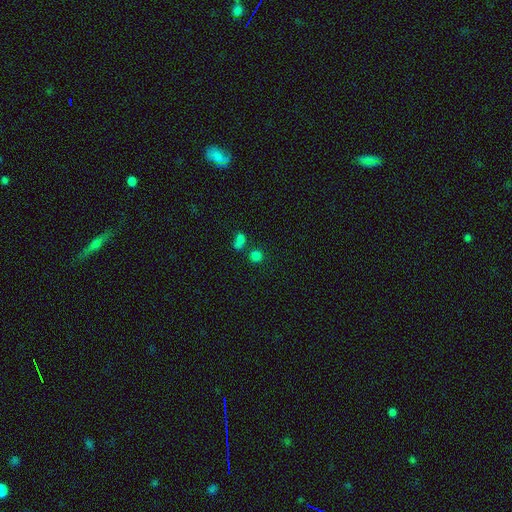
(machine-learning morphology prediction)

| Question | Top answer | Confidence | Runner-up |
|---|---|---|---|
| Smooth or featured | smooth | 74% | star or artifact (19%) |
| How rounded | round | 86% | in between (13%) |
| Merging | none | 63% | merger (24%) |